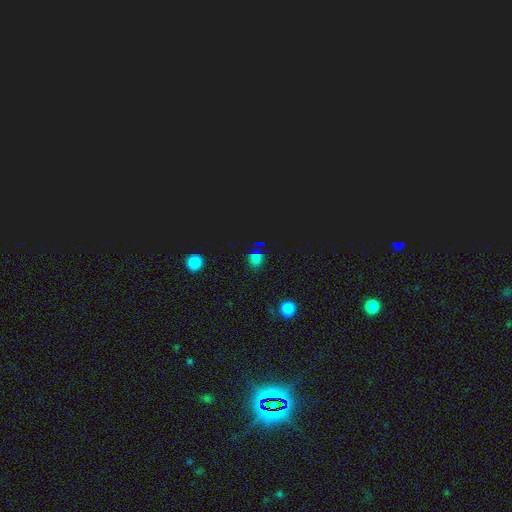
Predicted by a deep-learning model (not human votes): smooth_or_featured: smooth (p=0.59) [alt: star or artifact p=0.37]
how_rounded: round (p=0.78) [alt: in between p=0.20]
merging: none (p=0.80) [alt: minor disturbance p=0.13]